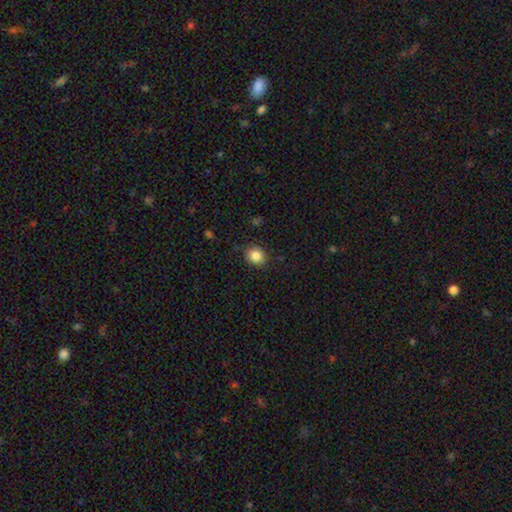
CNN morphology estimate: Overall: smooth (85%). How rounded: round (71%). Merging: none (85%).